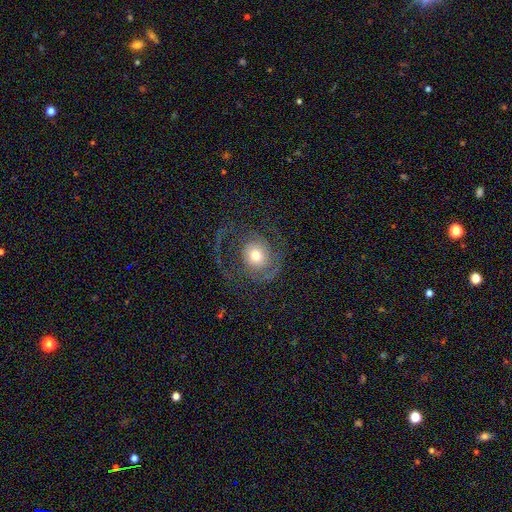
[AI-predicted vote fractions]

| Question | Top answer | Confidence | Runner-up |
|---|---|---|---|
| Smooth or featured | featured or disk | 72% | smooth (21%) |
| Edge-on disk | no | 97% | yes (3%) |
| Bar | no | 76% | weak (19%) |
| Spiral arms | yes | 88% | no (12%) |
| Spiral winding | medium | 44% | loose (32%) |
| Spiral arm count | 2 | 64% | 1 (16%) |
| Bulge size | moderate | 60% | small (24%) |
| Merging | none | 57% | major disturbance (28%) |